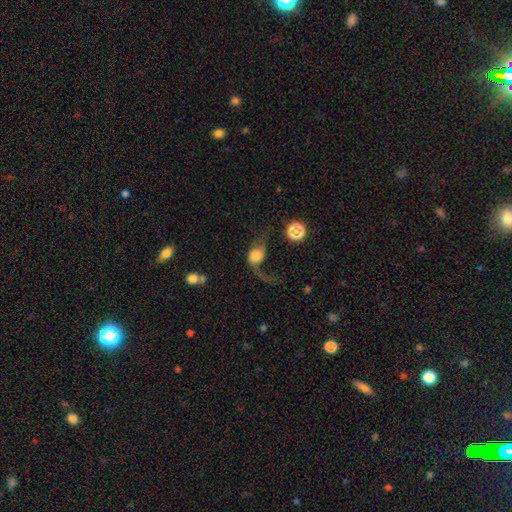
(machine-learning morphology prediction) The model was most divided on "how rounded": in between: 52%, round: 46%, cigar-shaped: 2%. More confident: merging — major disturbance (54%); smooth or featured — smooth (50%).